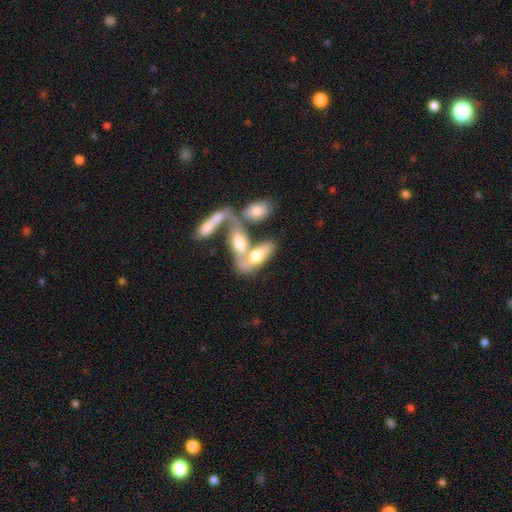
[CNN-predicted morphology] Overall: smooth (56%; featured or disk 37%). How rounded: in between (81%). Merging: merger (63%).